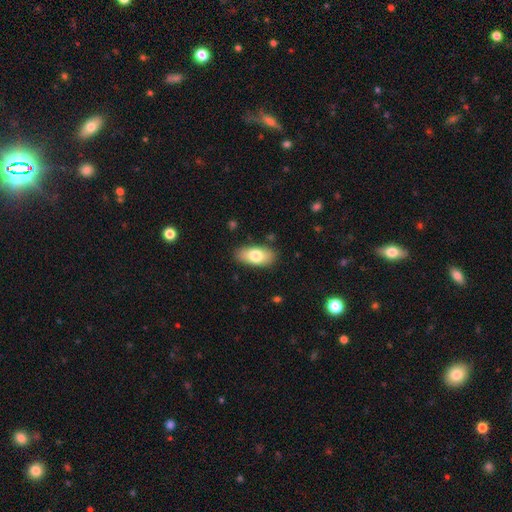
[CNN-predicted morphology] This is likely a smooth galaxy (77%). How rounded: clearly in between (90%). Merging: clearly none (84%).